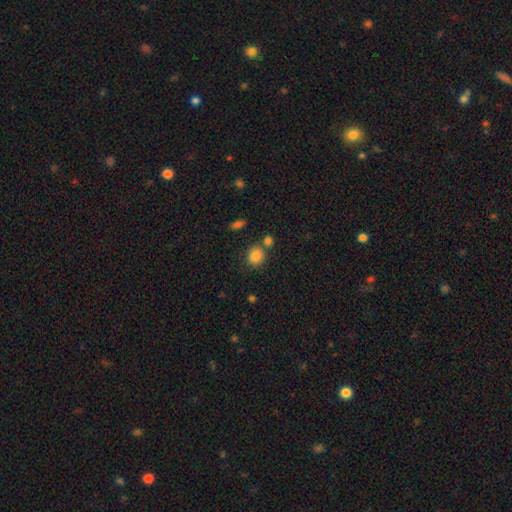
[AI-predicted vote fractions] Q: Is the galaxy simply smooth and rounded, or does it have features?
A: smooth — 85%.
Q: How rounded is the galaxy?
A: round — 68%.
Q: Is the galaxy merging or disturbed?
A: none — 69%.